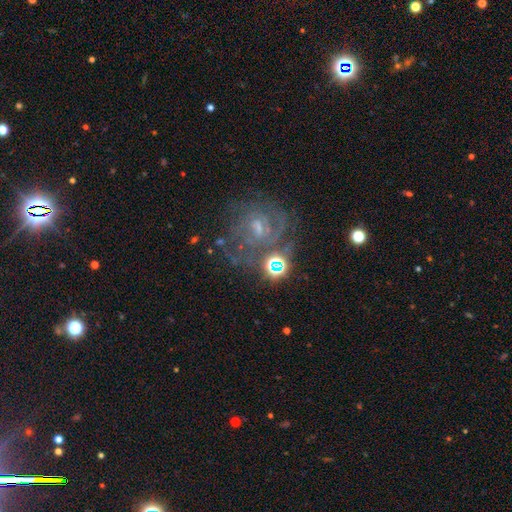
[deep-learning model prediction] Smooth or featured?
  - star or artifact: 39% *
  - featured or disk: 33%
  - smooth: 28%